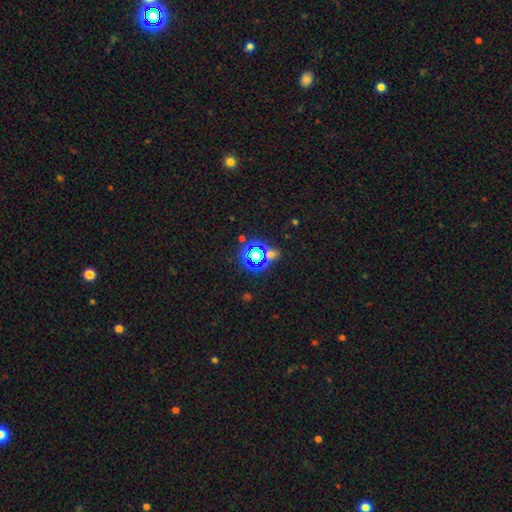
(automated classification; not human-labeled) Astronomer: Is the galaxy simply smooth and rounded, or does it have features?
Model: star or artifact — 60%.